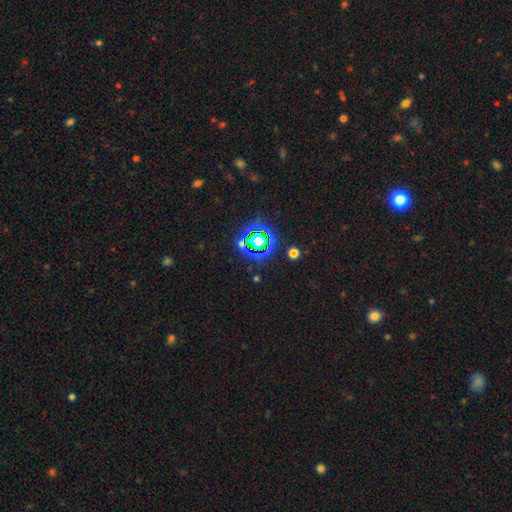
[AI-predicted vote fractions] A star or artifact, not a galaxy (74%).